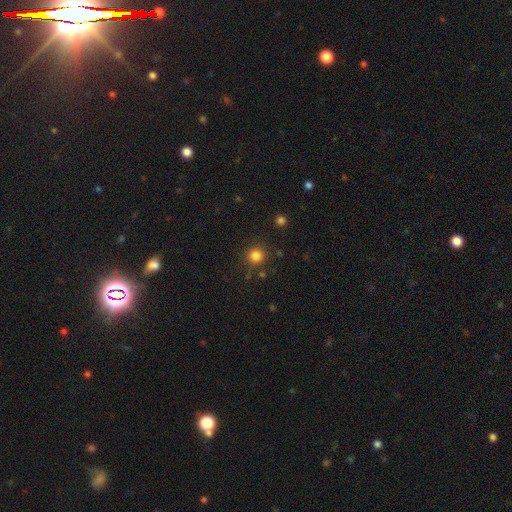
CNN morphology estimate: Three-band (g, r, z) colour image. It shows a smooth galaxy with no disk features (82%) that is round (94%). Merging: none (85%).